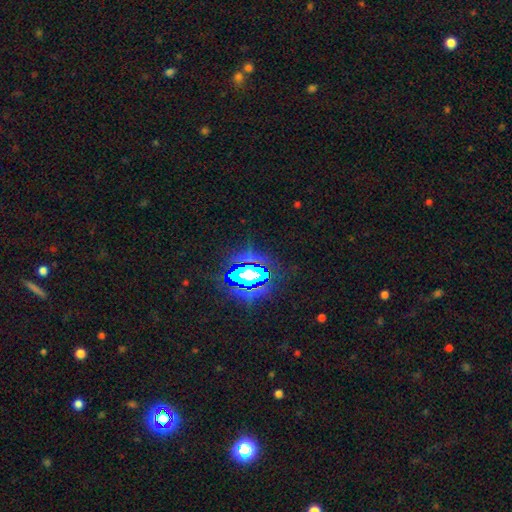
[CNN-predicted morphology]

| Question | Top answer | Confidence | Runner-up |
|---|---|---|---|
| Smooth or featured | star or artifact | 81% | smooth (12%) |